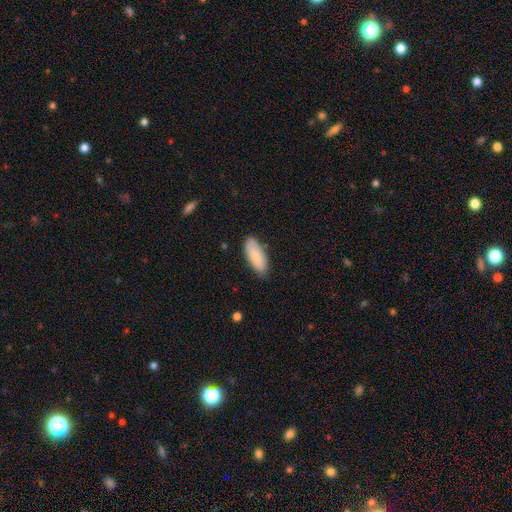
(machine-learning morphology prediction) The model was most divided on "how rounded": in between: 81%, cigar-shaped: 18%, round: 2%. More confident: smooth or featured — smooth (84%); merging — none (81%).